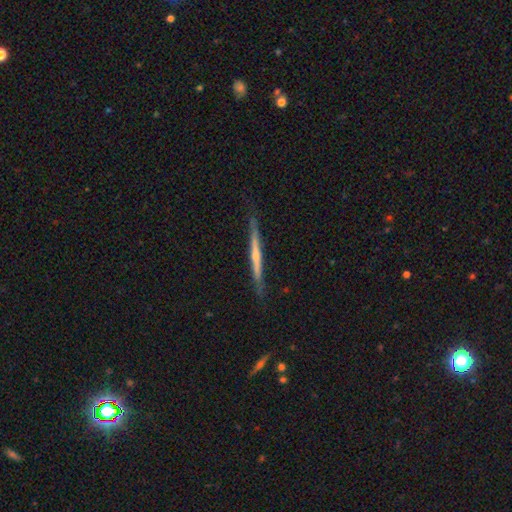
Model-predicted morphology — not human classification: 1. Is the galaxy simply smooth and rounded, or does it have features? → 74% featured or disk, 20% smooth, 7% star or artifact.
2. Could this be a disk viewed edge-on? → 98% yes, 2% no.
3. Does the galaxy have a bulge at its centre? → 62% rounded, 31% none, 7% boxy.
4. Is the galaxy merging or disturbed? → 86% none, 11% minor disturbance, 2% major disturbance, 1% merger.